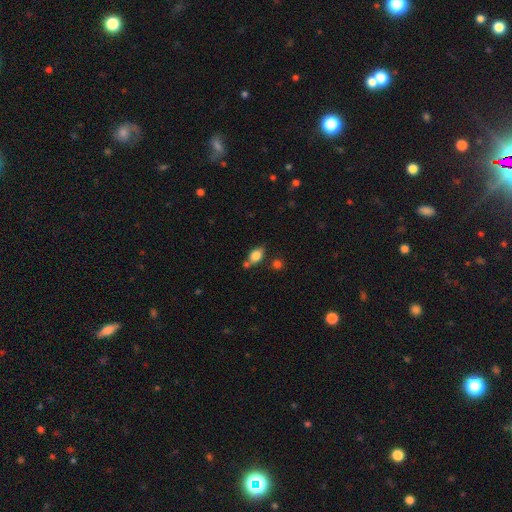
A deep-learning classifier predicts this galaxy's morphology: A smooth galaxy with no disk features (79%) that is in between round and cigar-shaped (76%).

Vote fractions:
- Smooth or featured? smooth: 79% / featured or disk: 11% / star or artifact: 9%
- How rounded? in between: 76% / round: 20% / cigar-shaped: 4%
- Merging? none: 61% / minor disturbance: 19% / merger: 15% / major disturbance: 5%